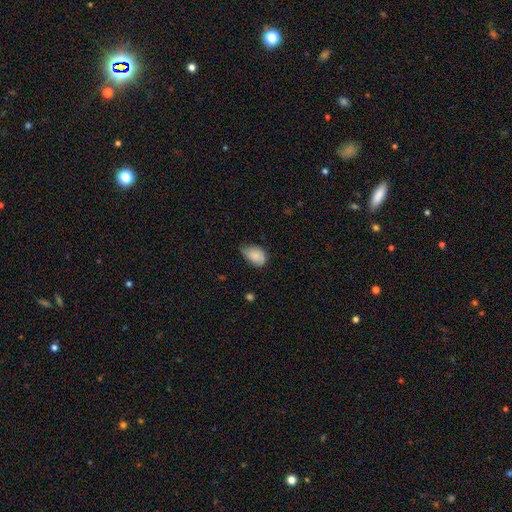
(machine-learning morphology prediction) Smooth or featured?
  - smooth: 83% *
  - featured or disk: 10%
  - star or artifact: 8%
How rounded?
  - in between: 83% *
  - round: 16%
  - cigar-shaped: 1%
Merging?
  - minor disturbance: 46% *
  - none: 43%
  - major disturbance: 9%
  - merger: 2%